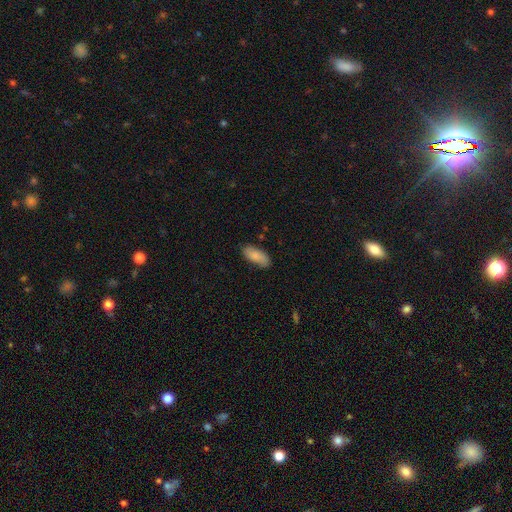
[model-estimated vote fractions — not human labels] Morphology: type=smooth (84%); roundness=in between (84%); merging=none (79%).